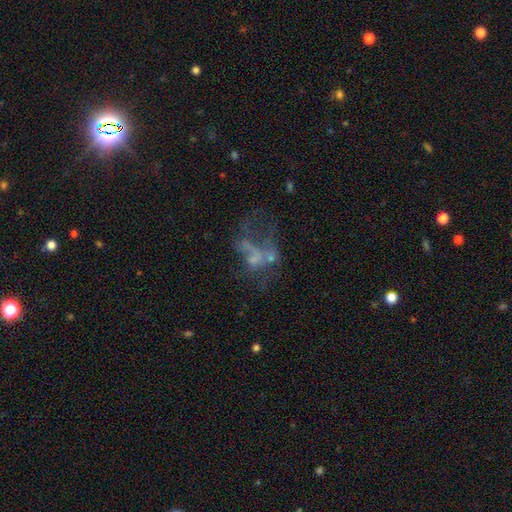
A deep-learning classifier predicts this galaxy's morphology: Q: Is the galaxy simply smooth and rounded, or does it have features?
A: featured or disk — 53%.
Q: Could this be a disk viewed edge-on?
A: no — 97%.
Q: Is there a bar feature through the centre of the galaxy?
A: no — 88%.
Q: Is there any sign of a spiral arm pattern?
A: no — 90%.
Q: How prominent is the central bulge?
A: none — 68%.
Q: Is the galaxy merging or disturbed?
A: major disturbance — 40%.